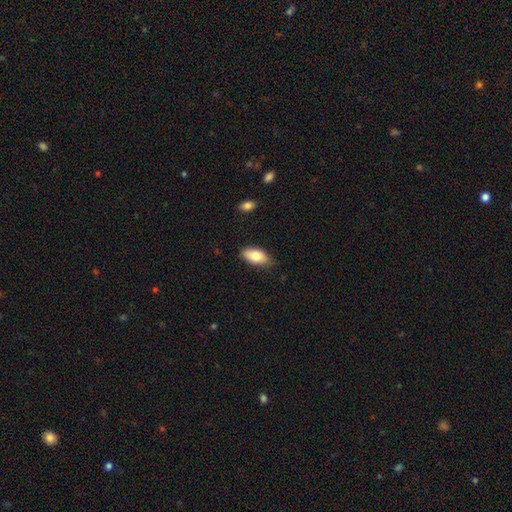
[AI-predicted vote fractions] Q: Smooth or featured?
A: smooth (80%); runner-up: featured or disk (14%)
Q: How rounded?
A: in between (91%); runner-up: cigar-shaped (5%)
Q: Merging?
A: none (80%); runner-up: minor disturbance (16%)